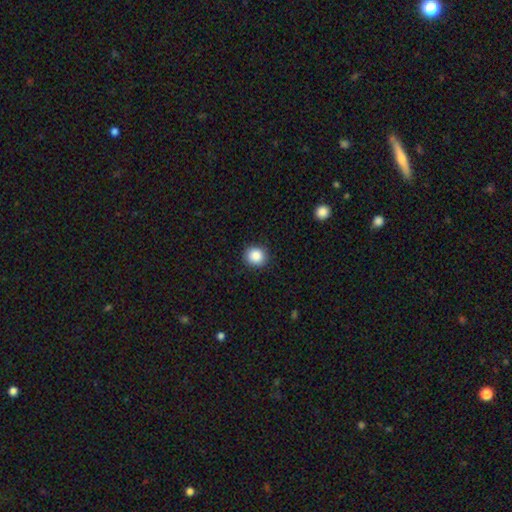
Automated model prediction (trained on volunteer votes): This appears to be a smooth galaxy with no disk features (88%) that is round (86%). Merging: none (91%).